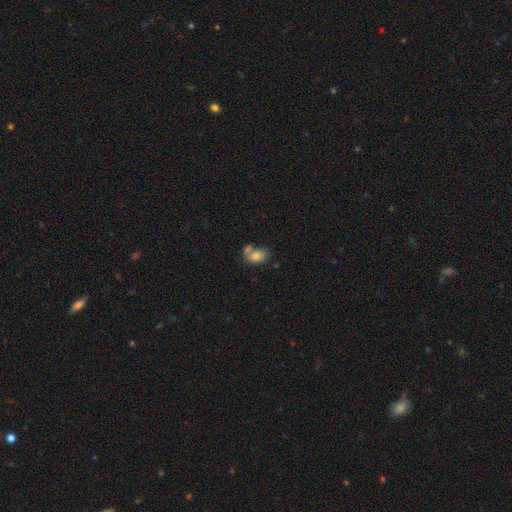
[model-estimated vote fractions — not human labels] Overall: smooth (77%). How rounded: in between (79%). Merging: none (40%; merger 37%).